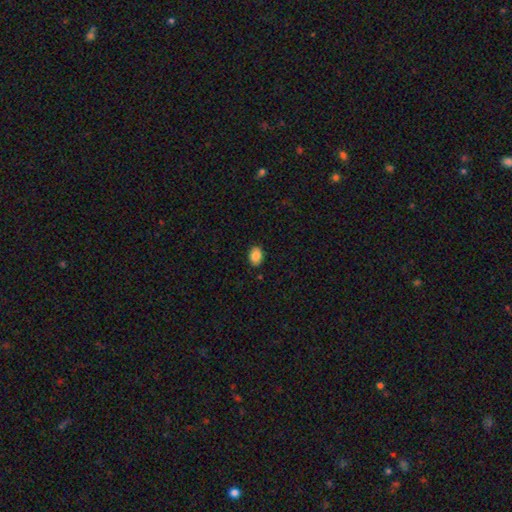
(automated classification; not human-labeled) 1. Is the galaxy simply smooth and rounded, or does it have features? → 86% smooth, 8% star or artifact, 5% featured or disk.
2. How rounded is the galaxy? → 78% in between, 21% round, 1% cigar-shaped.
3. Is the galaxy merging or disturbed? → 88% none, 9% minor disturbance, 2% major disturbance, 1% merger.